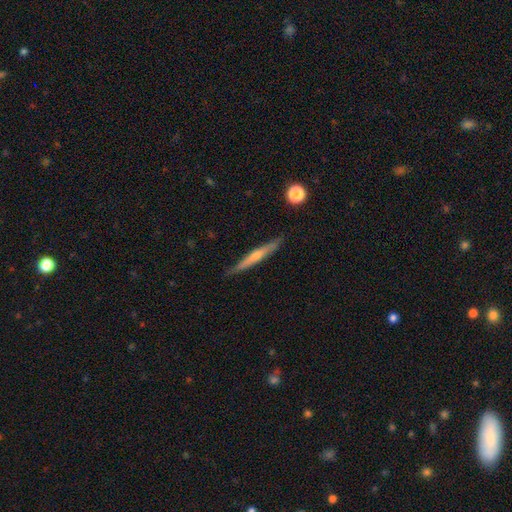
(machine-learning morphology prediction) This appears to be a featured or disk galaxy (66%) viewed edge-on (97%) with a rounded central bulge (72%). Merging: none (89%).